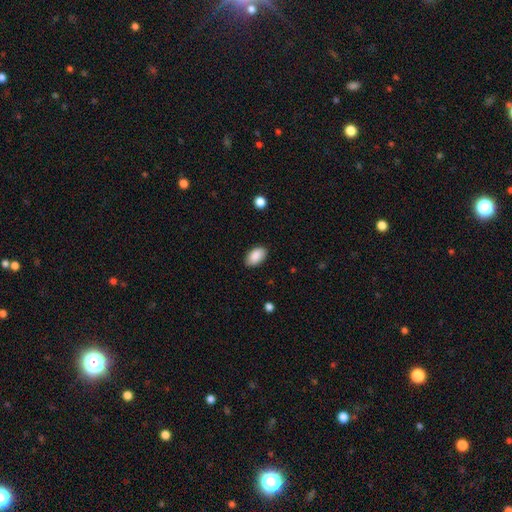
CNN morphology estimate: smooth_or_featured: smooth (p=0.90) [alt: star or artifact p=0.07]
how_rounded: in between (p=0.94) [alt: round p=0.04]
merging: none (p=0.87) [alt: minor disturbance p=0.10]